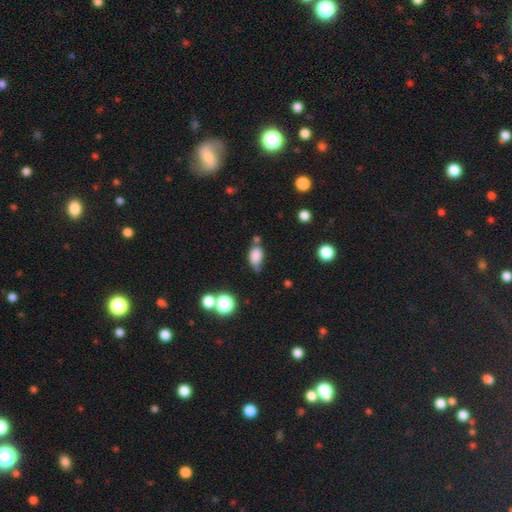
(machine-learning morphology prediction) smooth 81%, star or artifact 10%, featured or disk 9%. Down the decision tree: how rounded — in between (87%); merging — none (52%).